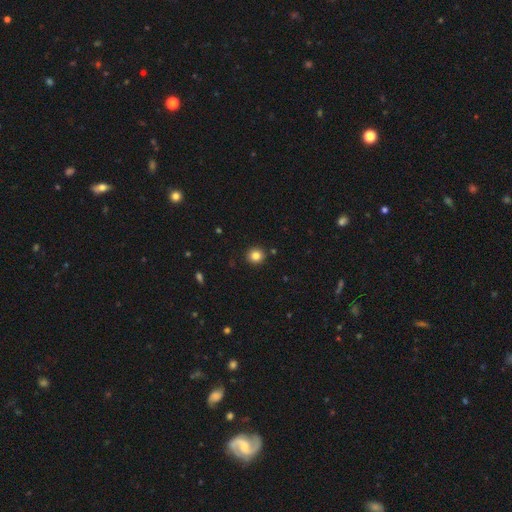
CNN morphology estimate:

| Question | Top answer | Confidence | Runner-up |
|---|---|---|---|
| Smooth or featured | smooth | 84% | star or artifact (11%) |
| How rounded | round | 89% | in between (10%) |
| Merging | none | 90% | minor disturbance (6%) |